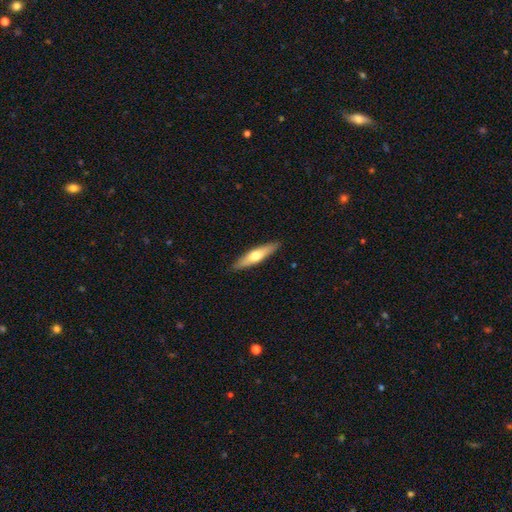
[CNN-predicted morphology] Overall: smooth (54%; featured or disk 41%). How rounded: cigar-shaped (78%). Merging: none (90%).